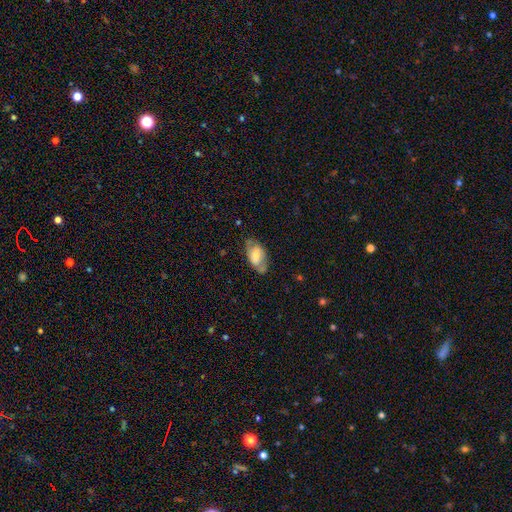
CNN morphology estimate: Smooth or featured: smooth — 58% (featured or disk — 35%)
How rounded: in between — 92% (round — 4%)
Merging: none — 59% (minor disturbance — 27%)